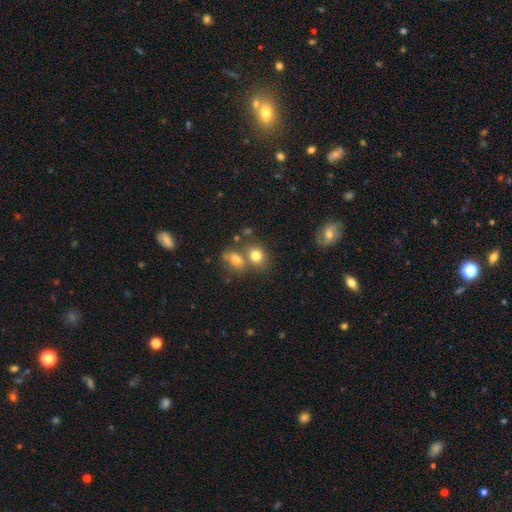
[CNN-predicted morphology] smooth 78%, star or artifact 11%, featured or disk 11%. Down the decision tree: how rounded — round (54%); merging — none (48%).